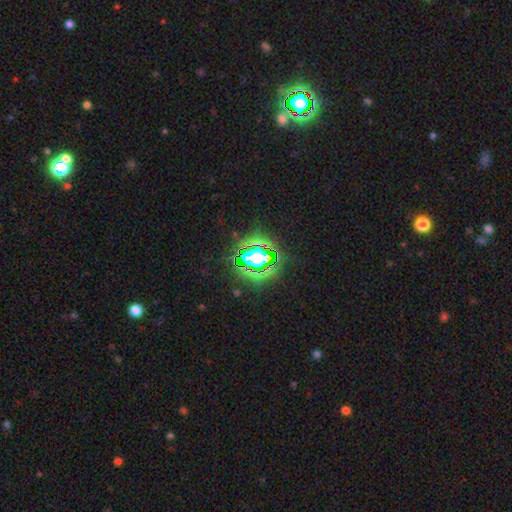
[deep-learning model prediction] Smooth or featured?
  - star or artifact: 76% *
  - smooth: 14%
  - featured or disk: 9%